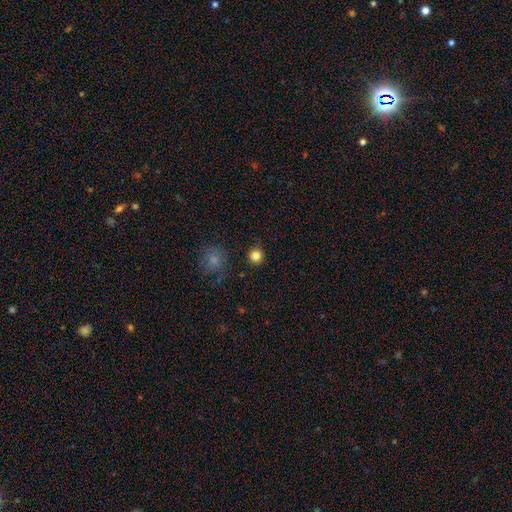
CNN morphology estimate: This appears to be a smooth galaxy with no disk features (83%) that is round (93%). Merging: none (90%).